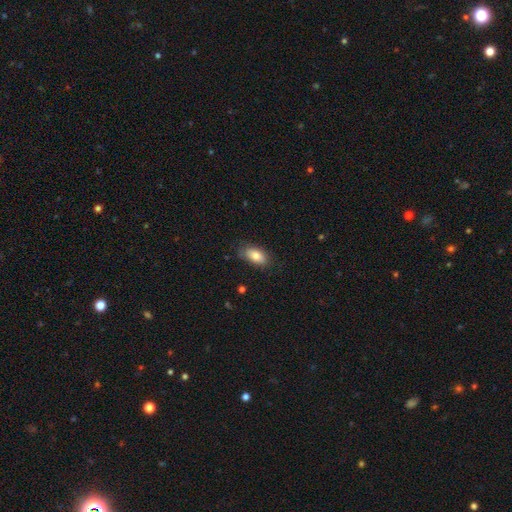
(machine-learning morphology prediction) This is clearly a smooth galaxy (81%). How rounded: clearly in between (92%). Merging: likely none (79%).